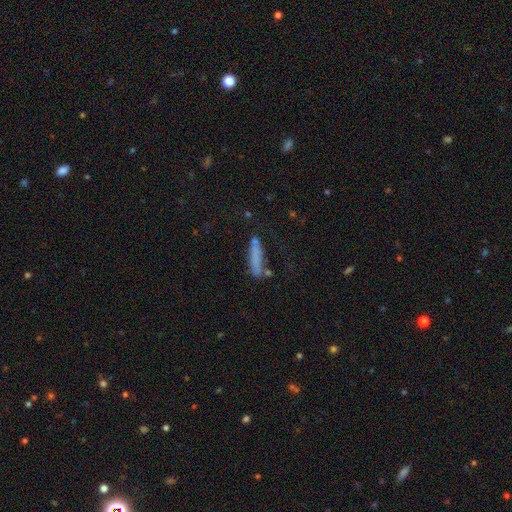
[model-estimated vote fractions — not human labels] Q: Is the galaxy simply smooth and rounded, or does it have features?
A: smooth — 74%.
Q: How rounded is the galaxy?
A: cigar-shaped — 84%.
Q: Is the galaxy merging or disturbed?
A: none — 67%.